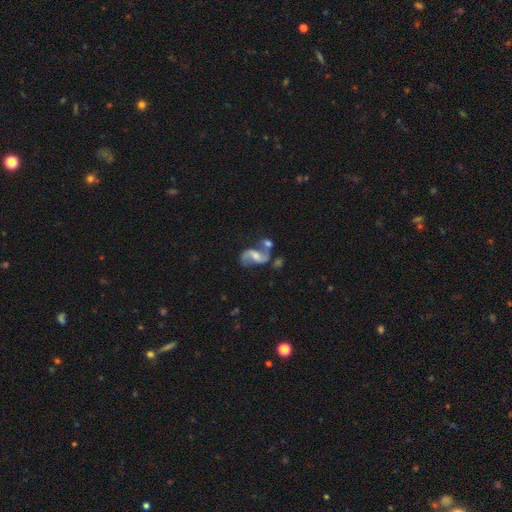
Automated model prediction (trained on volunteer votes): featured or disk 85%, smooth 9%, star or artifact 6%. Down the decision tree: edge-on disk — no (97%); bar — weak (47%); spiral arms — yes (95%); spiral arm count — 2 (92%); spiral winding — loose (62%); bulge size — moderate (43%); merging — none (48%).